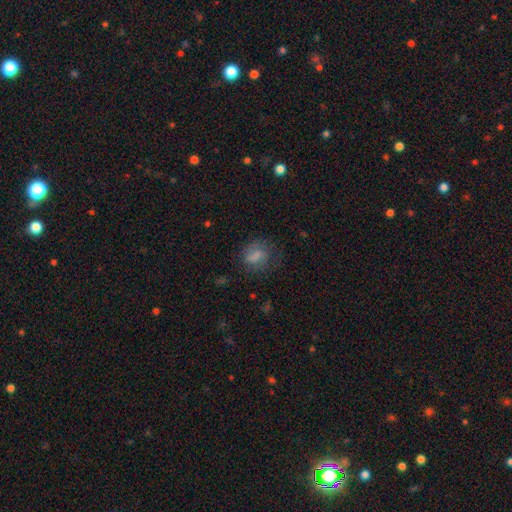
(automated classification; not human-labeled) smooth 73%, featured or disk 16%, star or artifact 11%. Down the decision tree: how rounded — in between (55%); merging — none (61%).